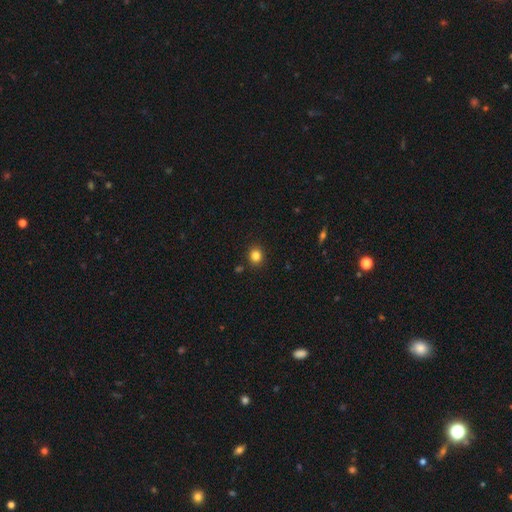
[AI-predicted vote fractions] Smooth or featured? Predicted: smooth (p=0.83). How rounded? Predicted: round (p=0.73). Merging? Predicted: none (p=0.89).